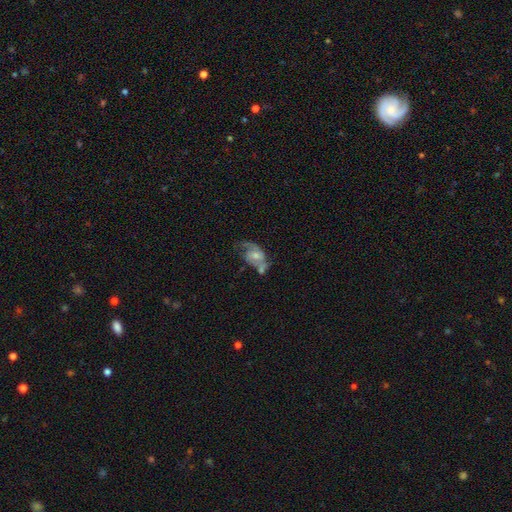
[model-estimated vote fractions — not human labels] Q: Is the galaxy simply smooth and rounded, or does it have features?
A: featured or disk — 73%.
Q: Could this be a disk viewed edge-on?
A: no — 97%.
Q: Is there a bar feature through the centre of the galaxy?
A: no — 63%.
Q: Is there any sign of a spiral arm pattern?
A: yes — 87%.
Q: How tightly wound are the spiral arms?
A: medium — 45%.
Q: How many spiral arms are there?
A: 2 — 74%.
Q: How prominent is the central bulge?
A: moderate — 51%.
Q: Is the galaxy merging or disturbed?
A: none — 35%.